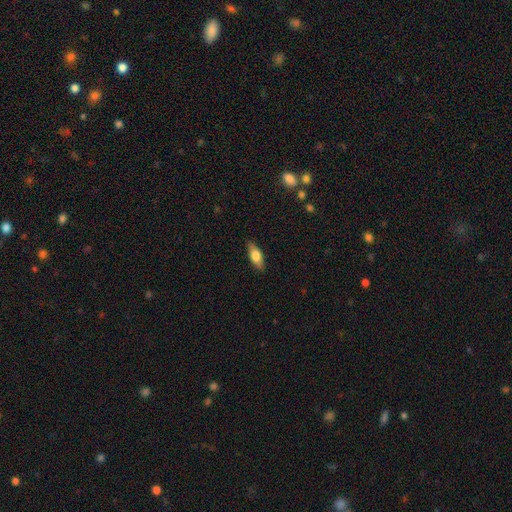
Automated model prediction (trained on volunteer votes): smooth-or-featured: smooth: 69% | featured or disk: 25% | star or artifact: 6%
  how-rounded: in between: 74% | cigar-shaped: 23% | round: 3%
  merging: none: 85% | minor disturbance: 11% | major disturbance: 2% | merger: 1%